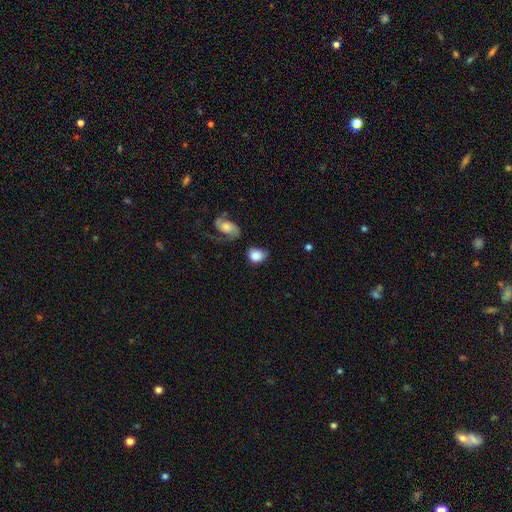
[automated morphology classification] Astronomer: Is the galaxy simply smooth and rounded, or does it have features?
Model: smooth — 82%.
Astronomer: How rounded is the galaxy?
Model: in between — 61% (runner-up: round, 38%).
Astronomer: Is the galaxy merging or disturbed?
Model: none — 52%.